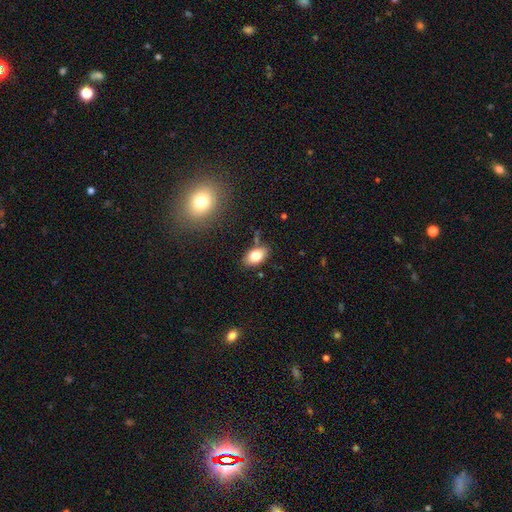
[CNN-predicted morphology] This appears to be a smooth galaxy with no disk features (78%) that is in between round and cigar-shaped (91%). Merging: none (81%).